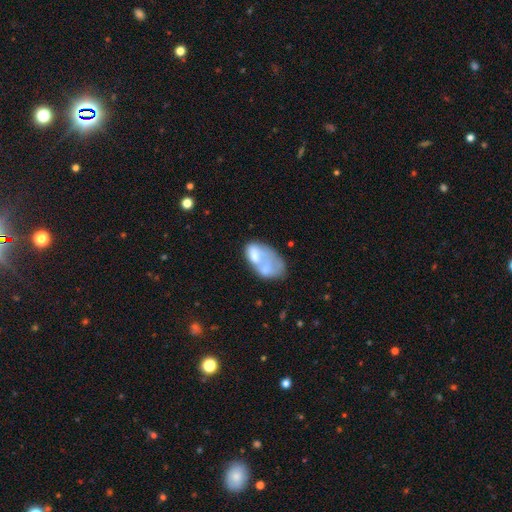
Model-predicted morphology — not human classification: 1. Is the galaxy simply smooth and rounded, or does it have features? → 54% smooth, 37% featured or disk, 8% star or artifact.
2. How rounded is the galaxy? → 91% in between, 7% round, 2% cigar-shaped.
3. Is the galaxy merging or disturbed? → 49% merger, 20% major disturbance, 16% none, 15% minor disturbance.